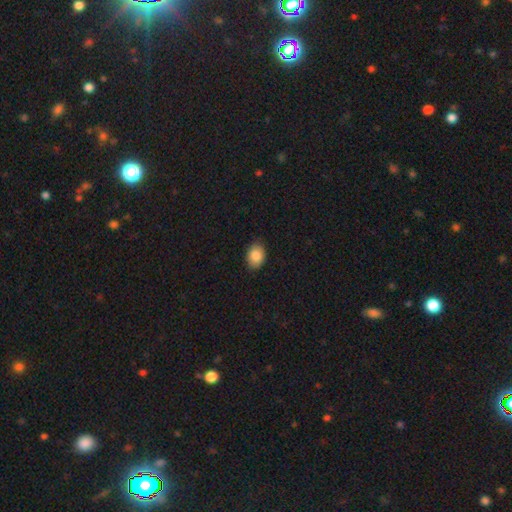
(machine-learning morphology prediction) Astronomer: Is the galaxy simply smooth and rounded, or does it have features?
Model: smooth — 87%.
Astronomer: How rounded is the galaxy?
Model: in between — 74%.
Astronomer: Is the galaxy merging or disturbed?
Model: none — 86%.